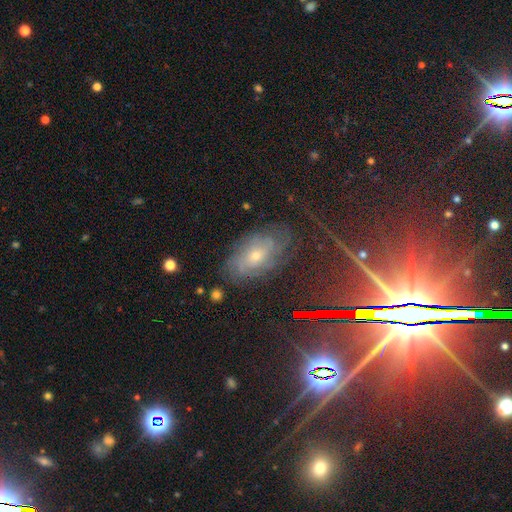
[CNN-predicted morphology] Overall: featured or disk (64%). Edge-on disk: no (91%). Bar: no (74%). Spiral arms: yes (87%). Spiral arm count: can't tell (58%). Spiral winding: tight (63%; medium 27%). Bulge size: small (59%; moderate 37%). Merging: none (75%).